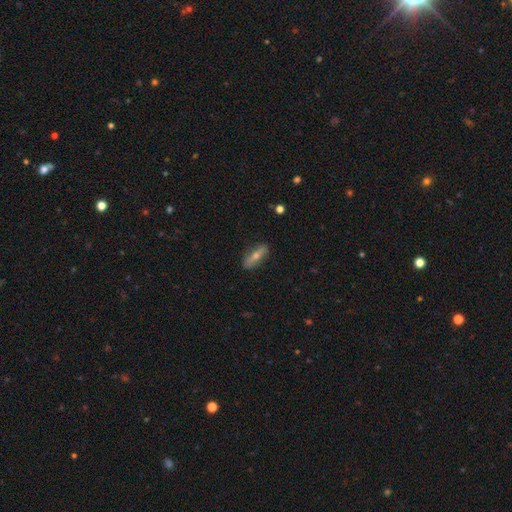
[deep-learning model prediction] The model was most divided on "smooth or featured": featured or disk: 48%, smooth: 42%, star or artifact: 10%. More confident: merging — none (86%).